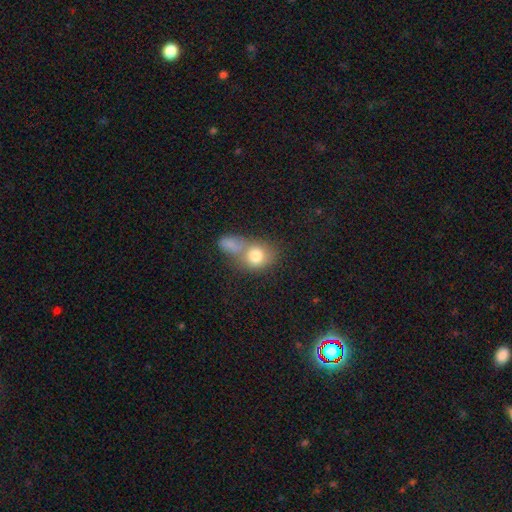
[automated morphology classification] Smooth or featured: smooth — 79% (featured or disk — 12%)
How rounded: round — 56% (in between — 42%)
Merging: merger — 52% (none — 31%)